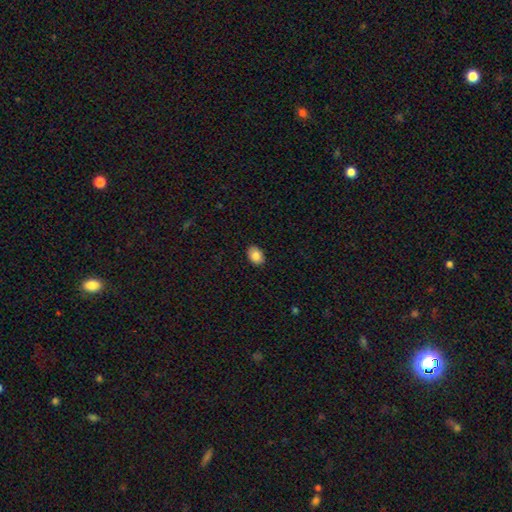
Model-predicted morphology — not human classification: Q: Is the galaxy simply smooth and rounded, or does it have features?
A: smooth — 86%.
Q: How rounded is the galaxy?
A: in between — 77%.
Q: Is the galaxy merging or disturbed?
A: none — 88%.